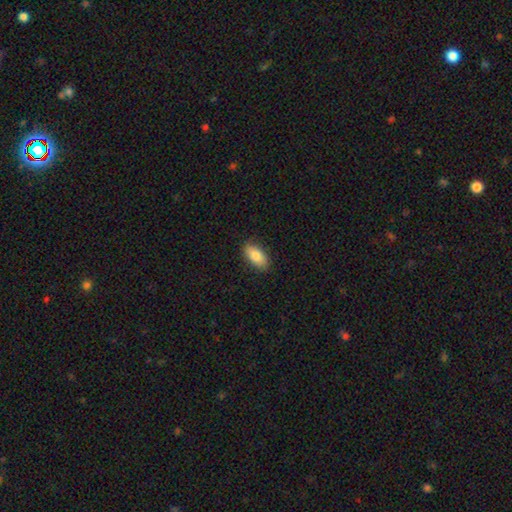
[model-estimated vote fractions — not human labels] smooth_or_featured: smooth (p=0.84) [alt: featured or disk p=0.10]
how_rounded: in between (p=0.92) [alt: cigar-shaped p=0.05]
merging: none (p=0.86) [alt: minor disturbance p=0.11]